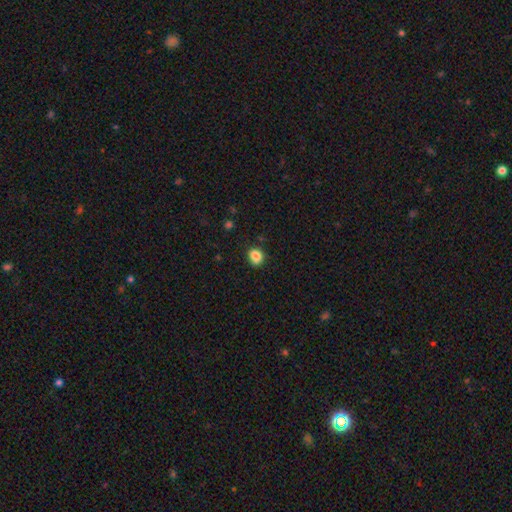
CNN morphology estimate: The model was most divided on "how rounded": round: 66%, in between: 33%, cigar-shaped: 1%. More confident: smooth or featured — smooth (82%); merging — none (65%).